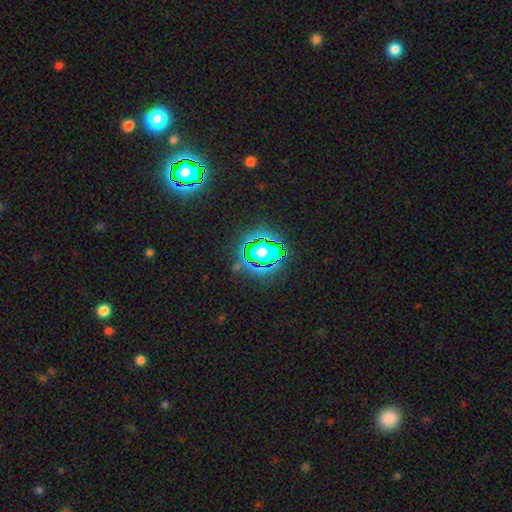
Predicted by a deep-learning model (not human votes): Smooth or featured? Predicted: star or artifact (p=0.78).